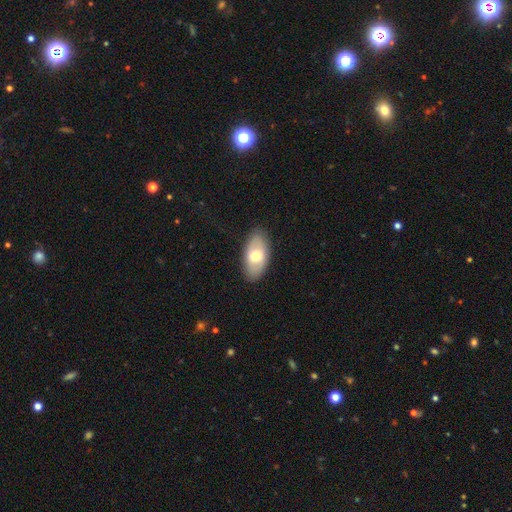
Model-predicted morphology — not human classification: This appears to be a smooth galaxy with no disk features (61%) that is in between round and cigar-shaped (93%). Merging: none (85%).